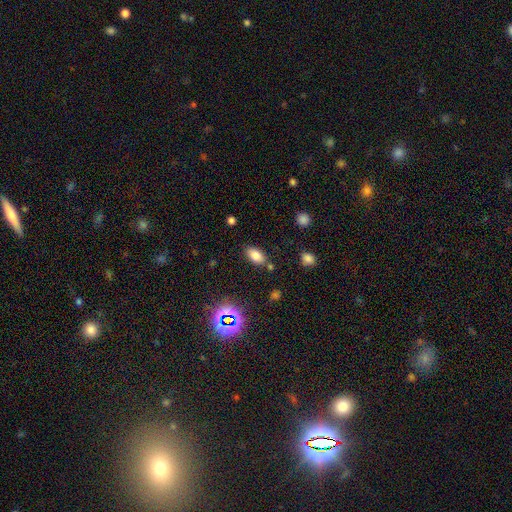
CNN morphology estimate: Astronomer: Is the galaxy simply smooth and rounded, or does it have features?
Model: smooth — 78%.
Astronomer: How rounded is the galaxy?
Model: in between — 91%.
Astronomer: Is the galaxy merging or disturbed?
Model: none — 80%.